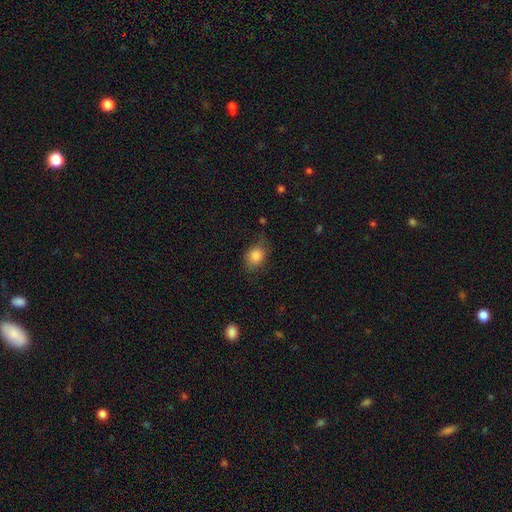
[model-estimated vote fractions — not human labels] This appears to be a smooth galaxy with no disk features (85%) that is in between round and cigar-shaped (60%). Merging: none (64%).